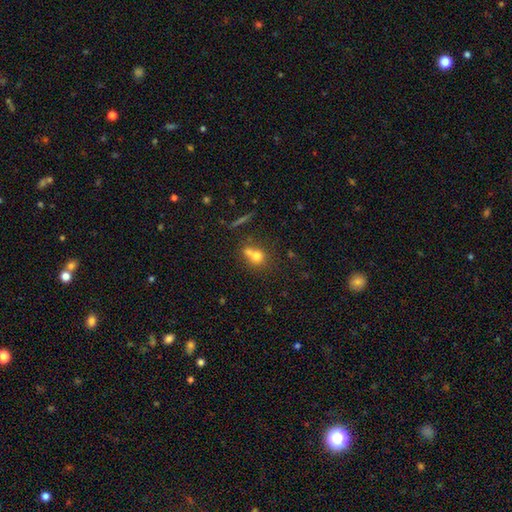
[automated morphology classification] type=smooth (69%); roundness=round (68%); merging=merger (51%).